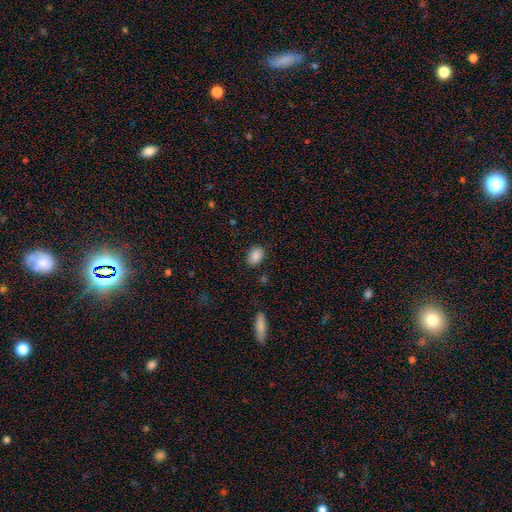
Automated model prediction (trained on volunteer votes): The model was most divided on "how rounded": in between: 74%, round: 25%, cigar-shaped: 1%. More confident: smooth or featured — smooth (86%); merging — none (84%).